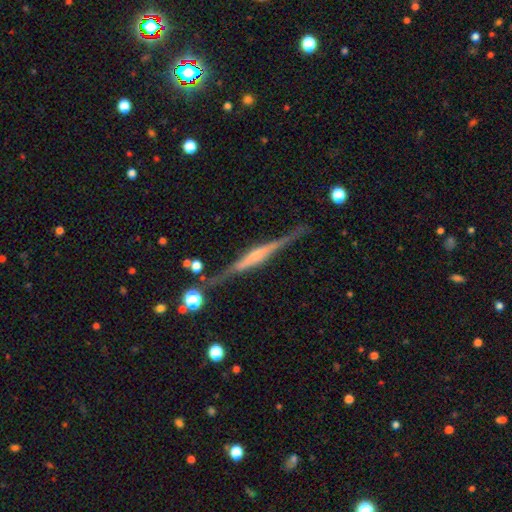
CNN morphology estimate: Smooth or featured?
  - featured or disk: 78% *
  - smooth: 15%
  - star or artifact: 7%
Edge-on disk?
  - yes: 97% *
  - no: 3%
Edge-on bulge?
  - rounded: 52% *
  - boxy: 30%
  - none: 18%
Merging?
  - none: 82% *
  - minor disturbance: 12%
  - major disturbance: 3%
  - merger: 3%